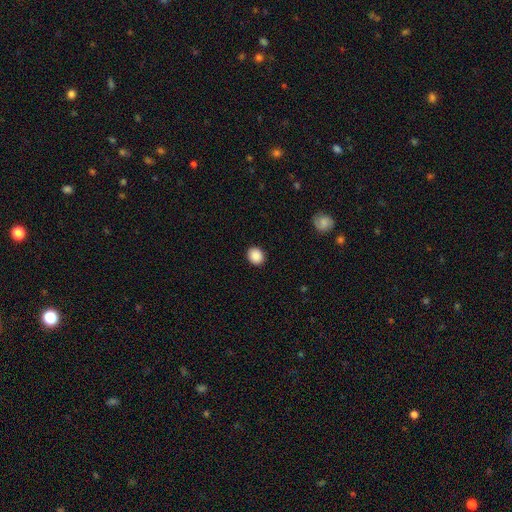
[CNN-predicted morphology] The model was most divided on "how rounded": round: 64%, in between: 35%, cigar-shaped: 1%. More confident: merging — none (91%); smooth or featured — smooth (89%).